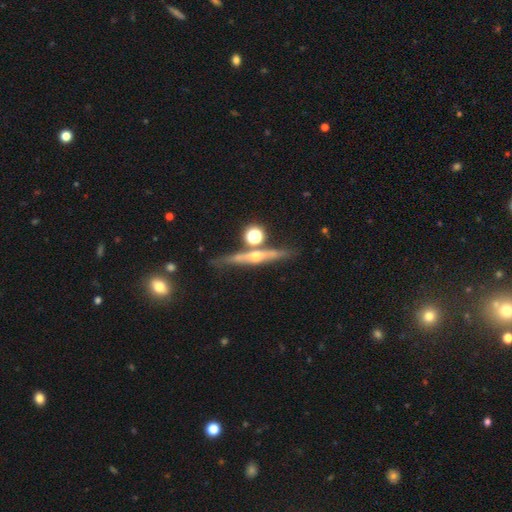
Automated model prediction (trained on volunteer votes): Overall: featured or disk (71%). Edge-on disk: yes (95%). Edge-on bulge: rounded (84%). Merging: none (77%).